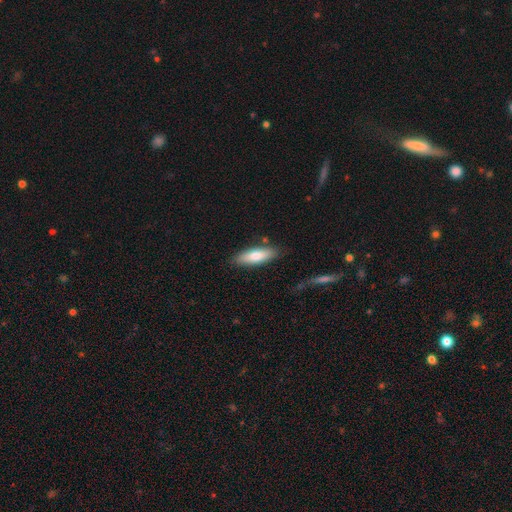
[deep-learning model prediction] The model was most divided on "how rounded": in between: 53%, cigar-shaped: 45%, round: 2%. More confident: merging — none (81%); smooth or featured — smooth (78%).